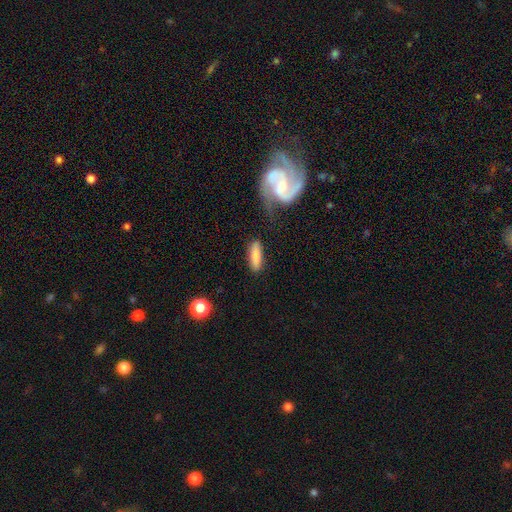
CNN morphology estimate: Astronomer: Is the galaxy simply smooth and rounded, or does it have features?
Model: smooth — 82%.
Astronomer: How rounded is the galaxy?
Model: cigar-shaped — 52% (runner-up: in between, 45%).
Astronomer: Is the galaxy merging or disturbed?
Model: none — 78%.